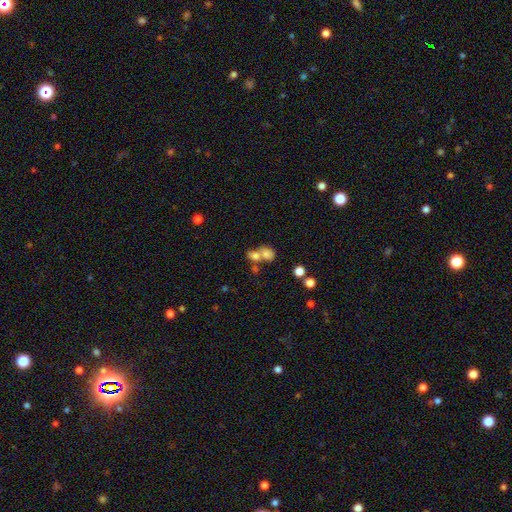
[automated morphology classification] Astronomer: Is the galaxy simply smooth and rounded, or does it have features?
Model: smooth — 70%.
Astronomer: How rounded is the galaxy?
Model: in between — 55% (runner-up: round, 42%).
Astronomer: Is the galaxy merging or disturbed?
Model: merger — 64%.